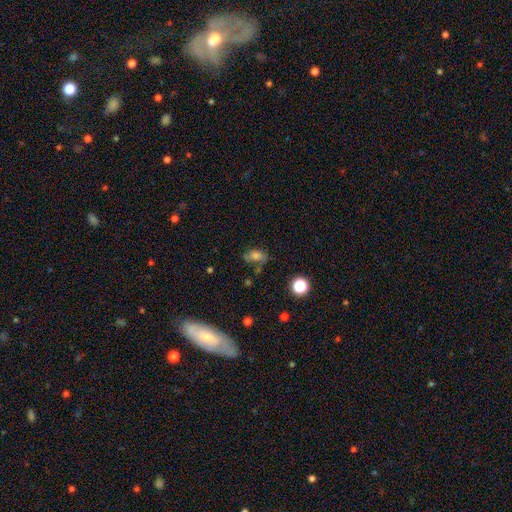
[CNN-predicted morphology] A smooth galaxy with no disk features (65%) that is in between round and cigar-shaped (78%). Merging: none (52%).